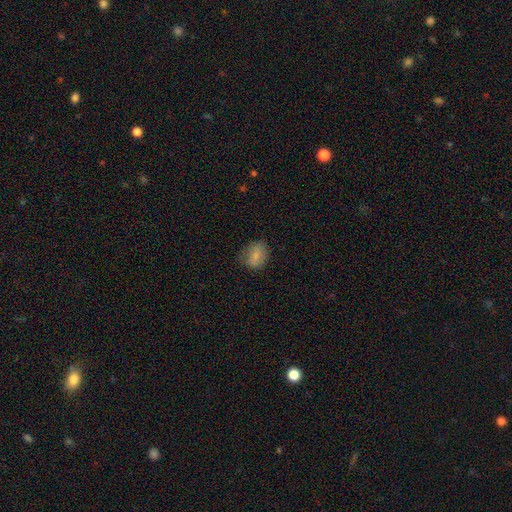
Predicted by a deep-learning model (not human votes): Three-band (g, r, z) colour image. It shows a smooth galaxy with no disk features (78%) that is round (51%). Merging: none (71%).